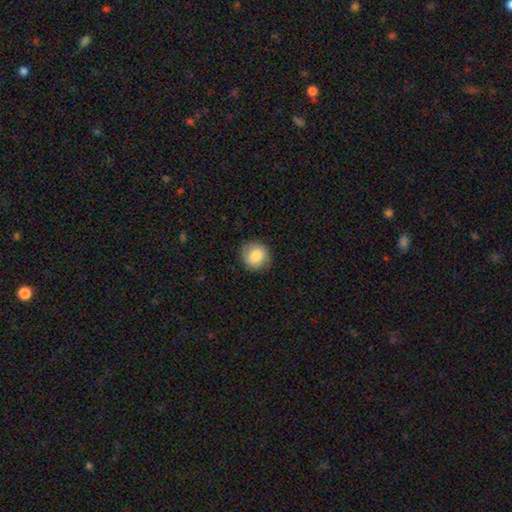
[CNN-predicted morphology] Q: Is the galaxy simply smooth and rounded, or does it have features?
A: smooth — 82%.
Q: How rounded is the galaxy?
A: round — 85%.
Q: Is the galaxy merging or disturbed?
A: none — 85%.